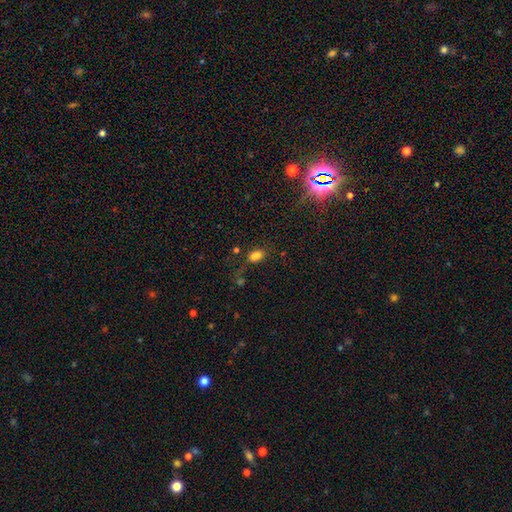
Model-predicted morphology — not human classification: smooth 78%, star or artifact 16%, featured or disk 6%. Down the decision tree: how rounded — in between (86%); merging — none (61%).